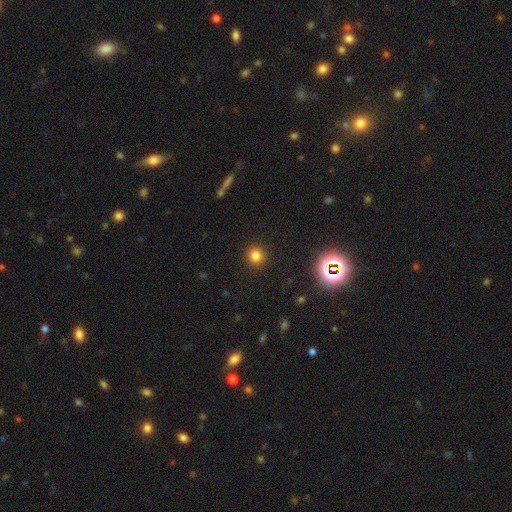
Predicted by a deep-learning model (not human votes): Smooth or featured? Predicted: smooth (p=0.79). How rounded? Predicted: round (p=0.92). Merging? Predicted: none (p=0.91).